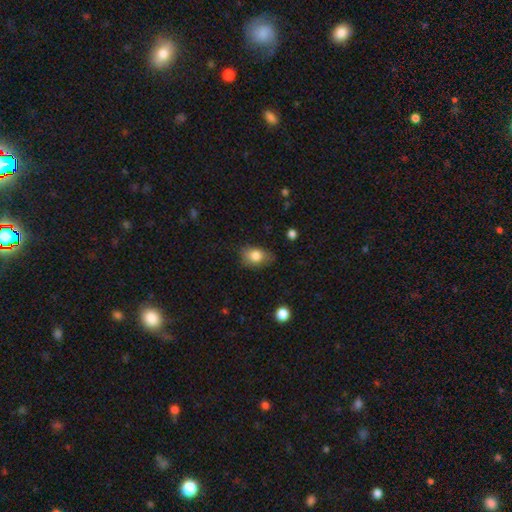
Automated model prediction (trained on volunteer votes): Q: Smooth or featured?
A: smooth (81%); runner-up: featured or disk (11%)
Q: How rounded?
A: in between (76%); runner-up: round (22%)
Q: Merging?
A: none (70%); runner-up: minor disturbance (24%)